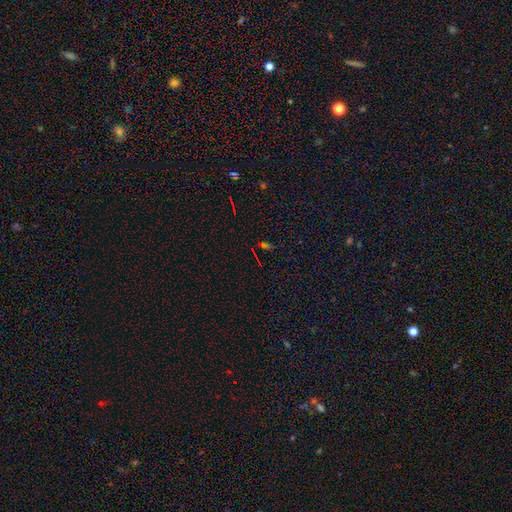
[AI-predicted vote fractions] Overall: star or artifact (62%; smooth 23%).